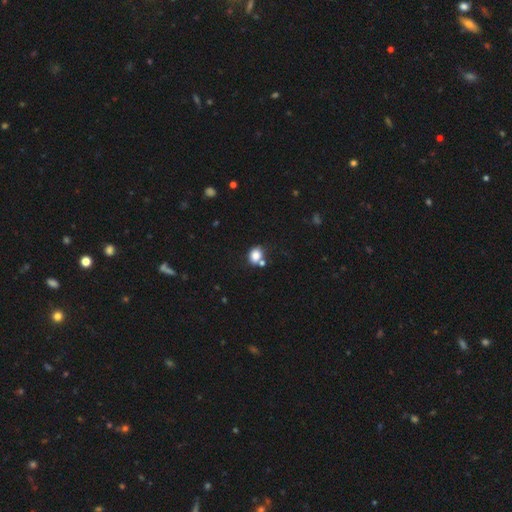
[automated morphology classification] type=smooth (82%); roundness=in between (50%); merging=none (59%).